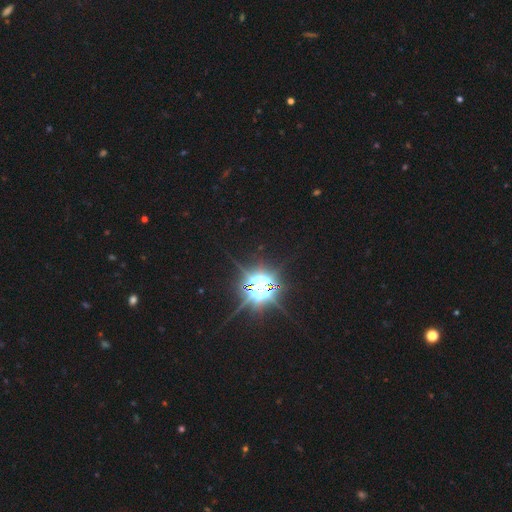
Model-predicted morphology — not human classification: Smooth or featured: star or artifact — 86% (smooth — 9%)